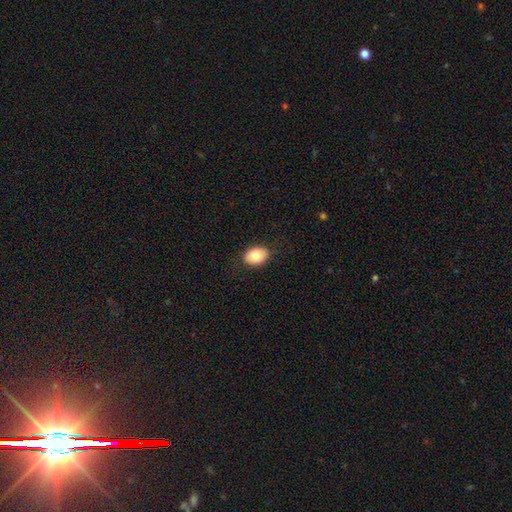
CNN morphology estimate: The model was most divided on "how rounded": in between: 80%, round: 19%, cigar-shaped: 1%. More confident: merging — none (86%); smooth or featured — smooth (82%).